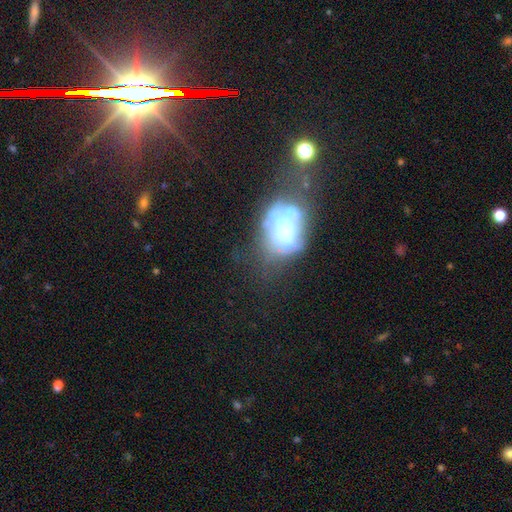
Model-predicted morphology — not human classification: Smooth or featured: featured or disk — 54% (star or artifact — 24%)
Edge-on disk: no — 89% (yes — 11%)
Merging: none — 34% (major disturbance — 27%)